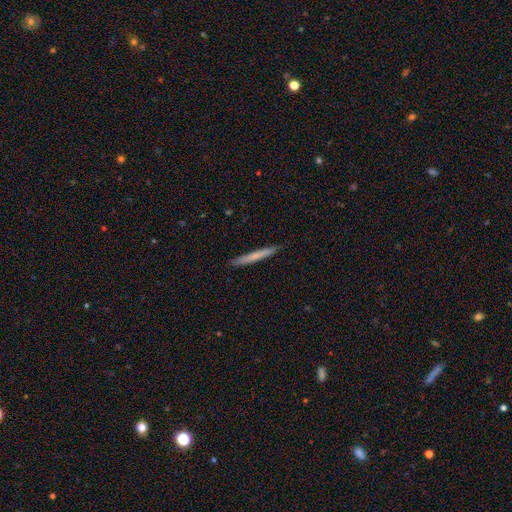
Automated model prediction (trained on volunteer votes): Smooth or featured: smooth — 64% (featured or disk — 30%)
How rounded: cigar-shaped — 97% (in between — 2%)
Merging: none — 91% (minor disturbance — 7%)